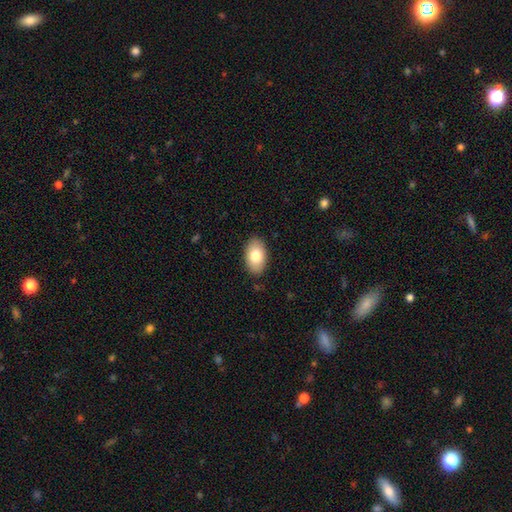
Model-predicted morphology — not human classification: smooth-or-featured: smooth: 79% | featured or disk: 14% | star or artifact: 7%
  how-rounded: in between: 93% | round: 6% | cigar-shaped: 1%
  merging: none: 88% | minor disturbance: 9% | major disturbance: 2% | merger: 1%